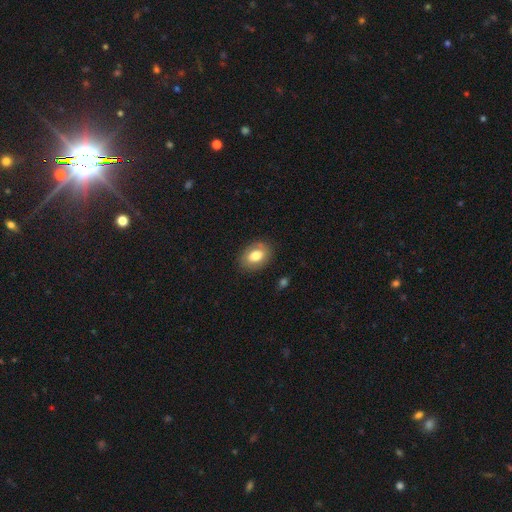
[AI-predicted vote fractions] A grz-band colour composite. It shows a smooth galaxy with no disk features (75%) that is in between round and cigar-shaped (80%). Merging: none (84%).